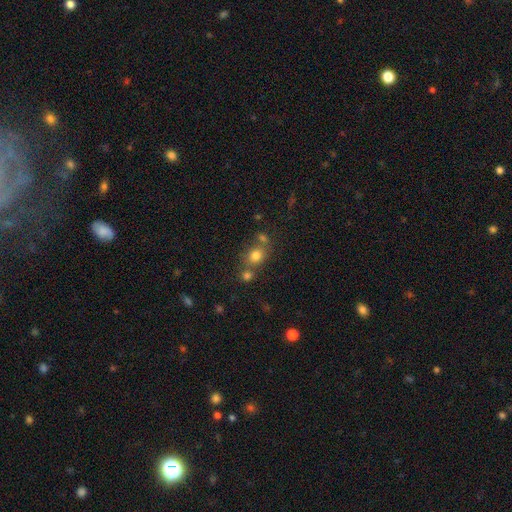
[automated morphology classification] smooth 77%, star or artifact 13%, featured or disk 10%. Down the decision tree: how rounded — round (59%); merging — none (57%).